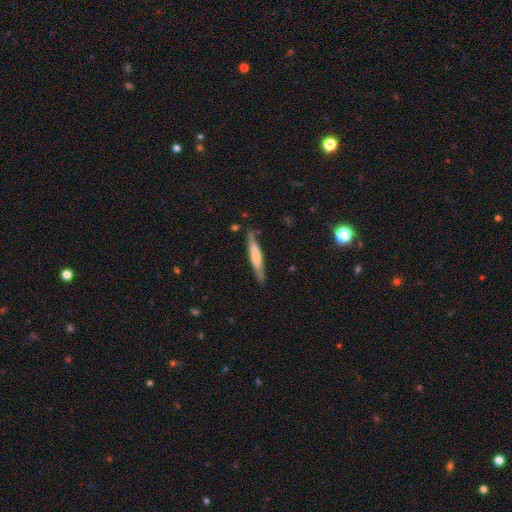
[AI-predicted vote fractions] Overall: smooth (54%; featured or disk 41%). How rounded: cigar-shaped (91%). Merging: none (82%).